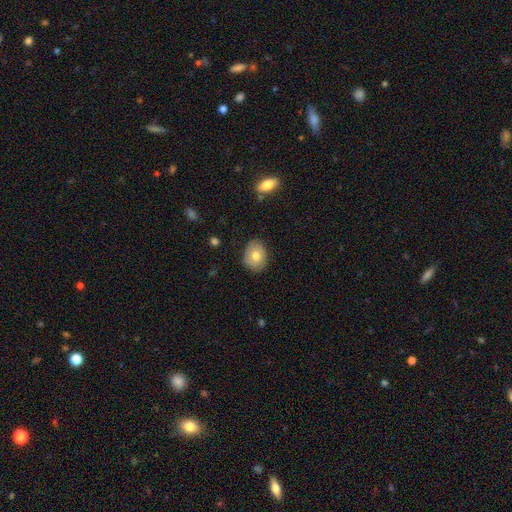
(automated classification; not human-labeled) Overall: smooth (70%). How rounded: in between (50%; round 49%). Merging: none (79%).